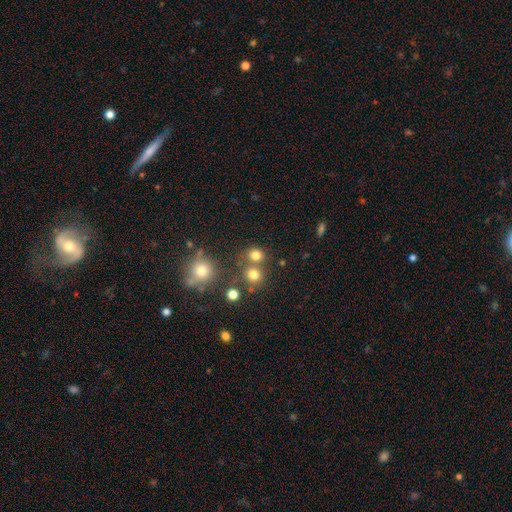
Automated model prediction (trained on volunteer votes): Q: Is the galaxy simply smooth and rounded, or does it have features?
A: smooth — 76%.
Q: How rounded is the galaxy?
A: round — 80%.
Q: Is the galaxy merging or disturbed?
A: none — 64%.